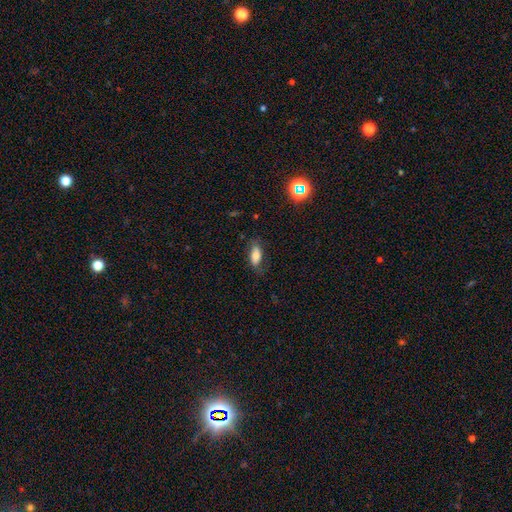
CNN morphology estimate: Smooth or featured: smooth — 72% (featured or disk — 19%)
How rounded: in between — 82% (cigar-shaped — 14%)
Merging: none — 69% (minor disturbance — 22%)